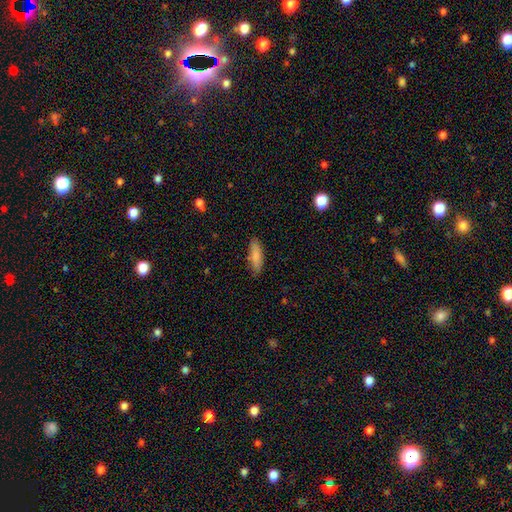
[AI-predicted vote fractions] Overall: smooth (83%). How rounded: cigar-shaped (49%, tied with in between). Merging: none (83%).